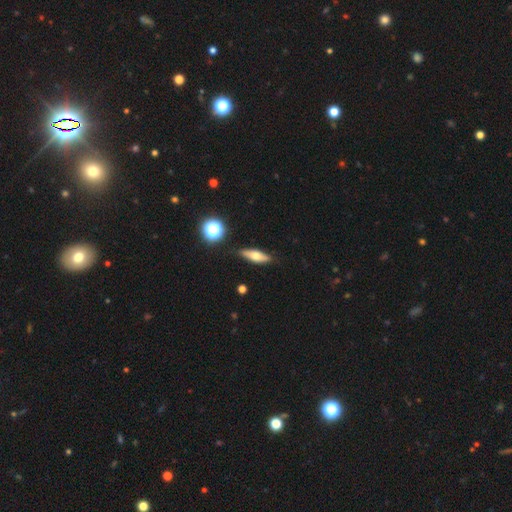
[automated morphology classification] A smooth galaxy with no disk features (55%) that is cigar-shaped (48%). Merging: none (84%).